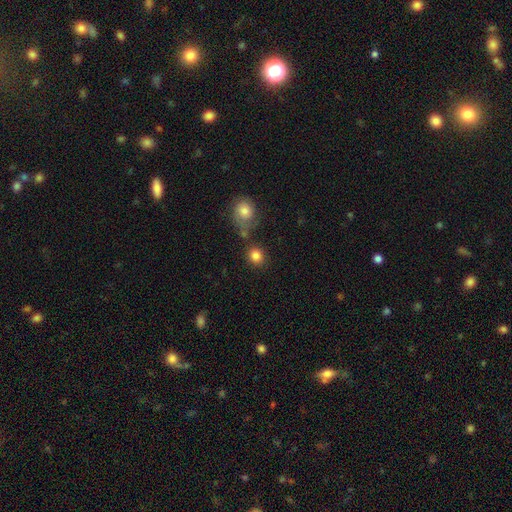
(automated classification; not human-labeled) This is clearly a smooth galaxy (85%). How rounded: clearly round (82%). Merging: likely none (72%).